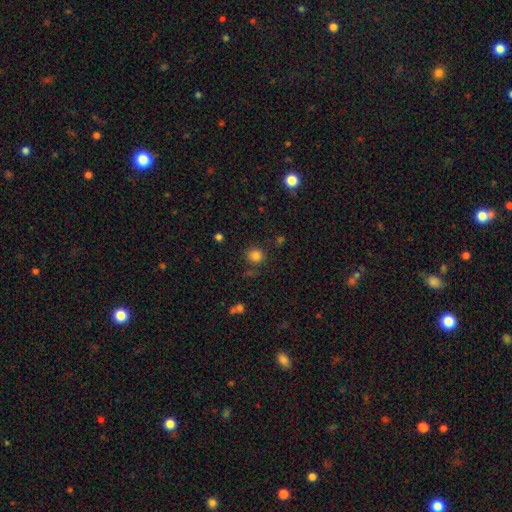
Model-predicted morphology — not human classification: Smooth or featured?
  - smooth: 81% *
  - star or artifact: 14%
  - featured or disk: 5%
How rounded?
  - round: 88% *
  - in between: 11%
  - cigar-shaped: 1%
Merging?
  - none: 82% *
  - minor disturbance: 10%
  - merger: 4%
  - major disturbance: 4%